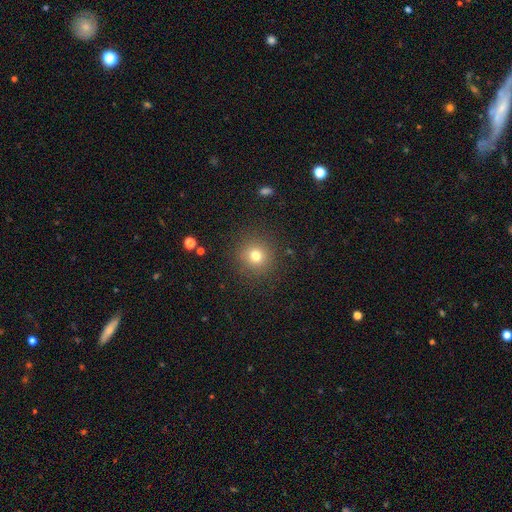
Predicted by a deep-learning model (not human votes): Smooth or featured?
  - smooth: 76% *
  - star or artifact: 15%
  - featured or disk: 9%
How rounded?
  - round: 94% *
  - in between: 5%
  - cigar-shaped: 1%
Merging?
  - none: 89% *
  - minor disturbance: 6%
  - major disturbance: 3%
  - merger: 1%